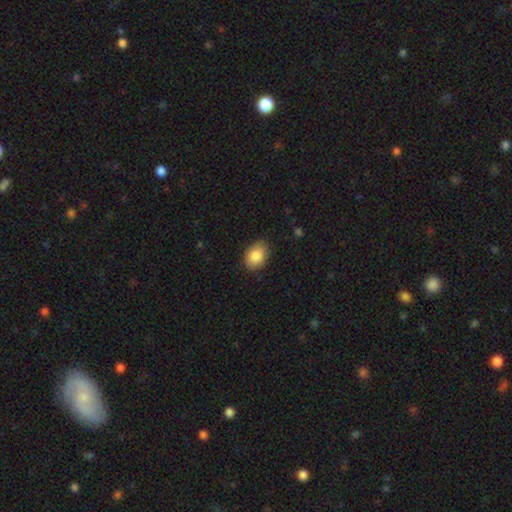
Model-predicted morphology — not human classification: smooth 85%, featured or disk 8%, star or artifact 7%. Down the decision tree: how rounded — in between (81%); merging — none (86%).